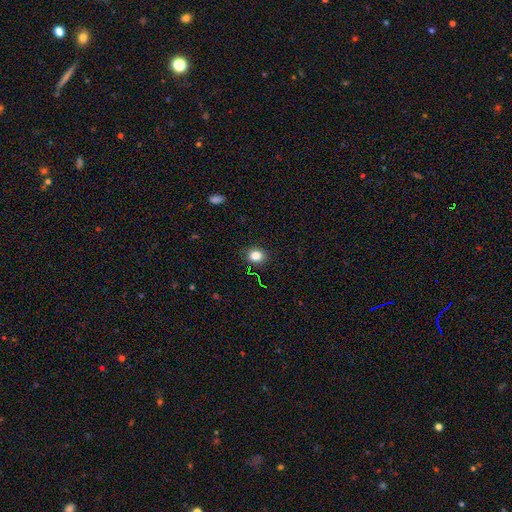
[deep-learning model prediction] Overall: smooth (82%). How rounded: round (67%; in between 32%). Merging: none (89%).